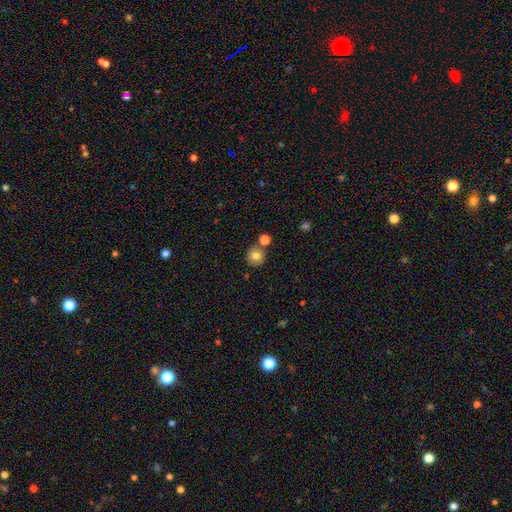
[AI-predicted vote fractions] Overall: smooth (77%). How rounded: round (88%). Merging: none (71%).